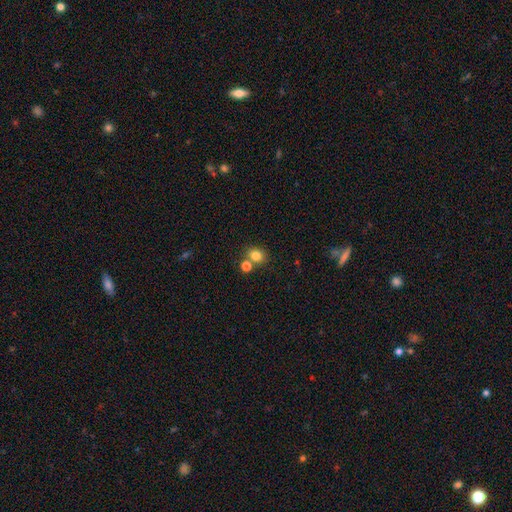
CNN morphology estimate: smooth 81%, star or artifact 12%, featured or disk 7%. Down the decision tree: how rounded — round (64%); merging — none (63%).